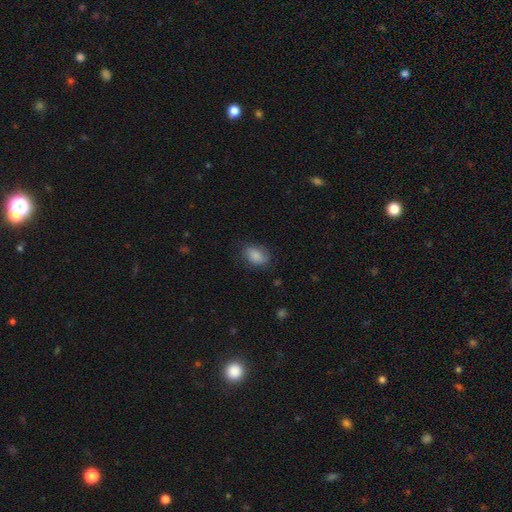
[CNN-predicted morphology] A smooth galaxy with no disk features (83%) that is in between round and cigar-shaped (84%). Merging: none (72%).